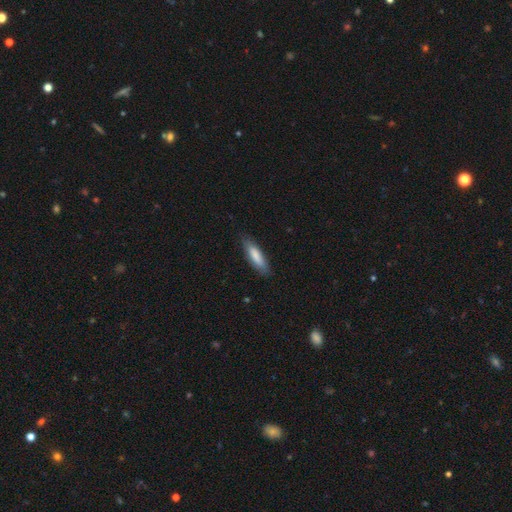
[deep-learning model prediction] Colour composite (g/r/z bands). It shows a smooth galaxy with no disk features (79%) that is cigar-shaped (64%). Merging: none (82%).